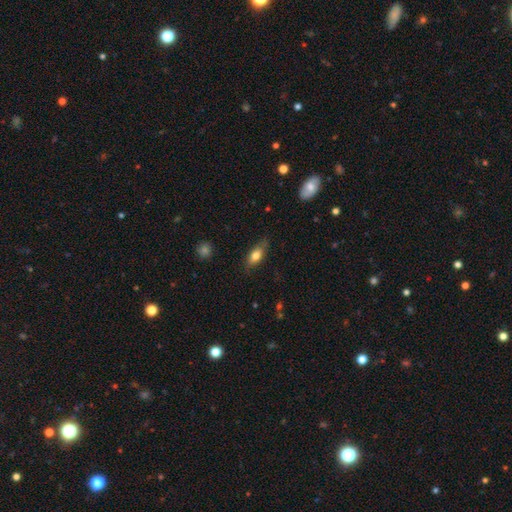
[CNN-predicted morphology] Smooth or featured? Predicted: smooth (p=0.74). How rounded? Predicted: in between (p=0.78). Merging? Predicted: none (p=0.73).